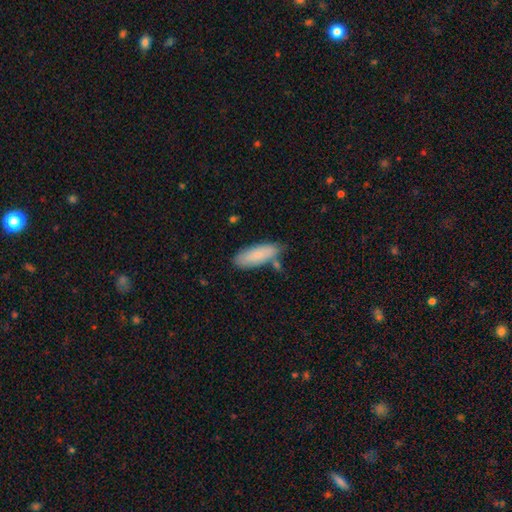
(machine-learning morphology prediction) type=smooth (85%); roundness=in between (71%); merging=none (71%).